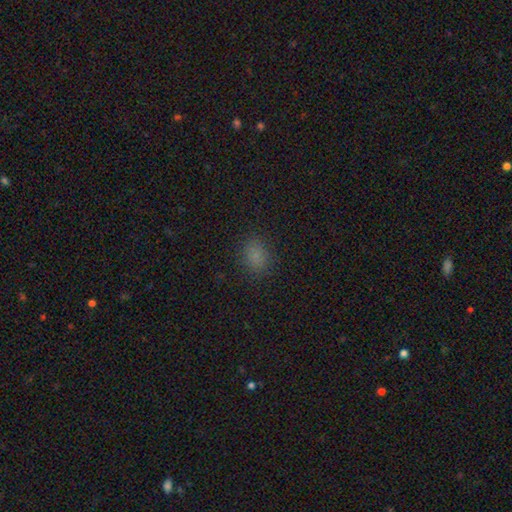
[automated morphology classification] Smooth or featured: smooth — 80% (star or artifact — 16%)
How rounded: in between — 60% (round — 38%)
Merging: none — 86% (minor disturbance — 11%)